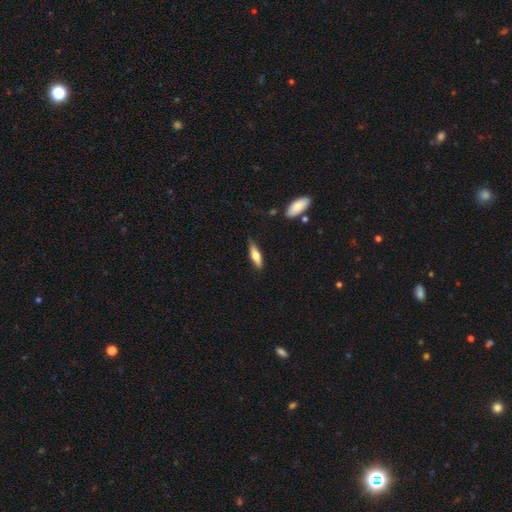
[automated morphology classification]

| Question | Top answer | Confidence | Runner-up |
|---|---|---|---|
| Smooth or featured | smooth | 64% | featured or disk (31%) |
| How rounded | cigar-shaped | 58% | in between (40%) |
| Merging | none | 79% | minor disturbance (16%) |